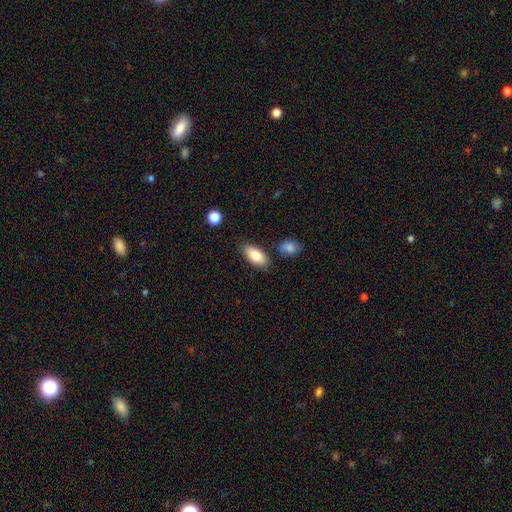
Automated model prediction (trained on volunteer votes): This is clearly a smooth galaxy (83%). How rounded: clearly in between (90%). Merging: clearly none (80%).